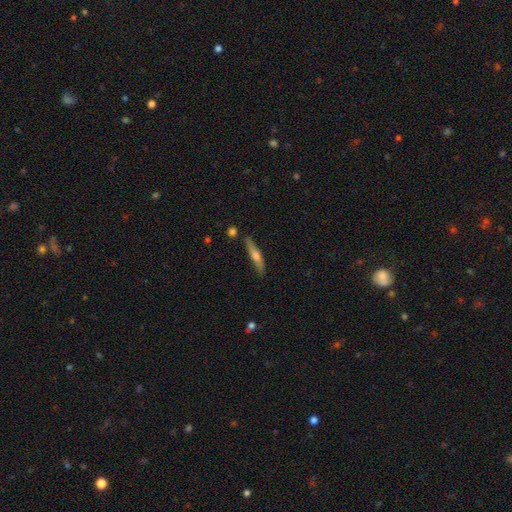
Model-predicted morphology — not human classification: smooth_or_featured: featured or disk (p=0.48) [alt: smooth p=0.45]
merging: none (p=0.81) [alt: minor disturbance p=0.13]